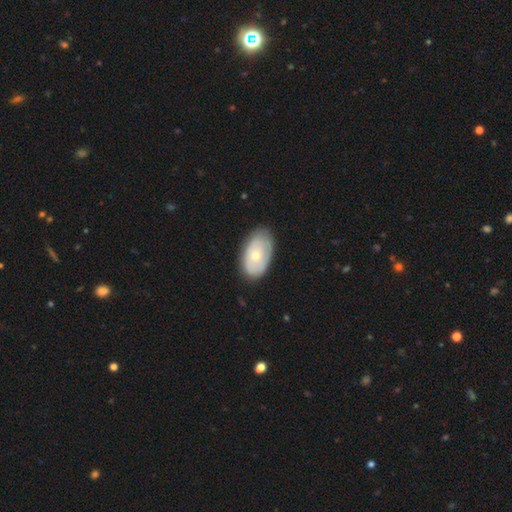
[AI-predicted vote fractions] Smooth or featured: smooth — 55% (featured or disk — 39%)
How rounded: in between — 93% (round — 6%)
Merging: none — 77% (minor disturbance — 18%)